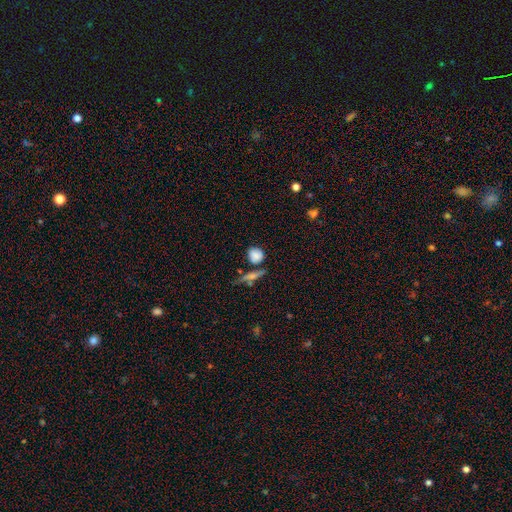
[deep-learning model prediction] Overall: smooth (79%). How rounded: round (71%). Merging: none (66%).